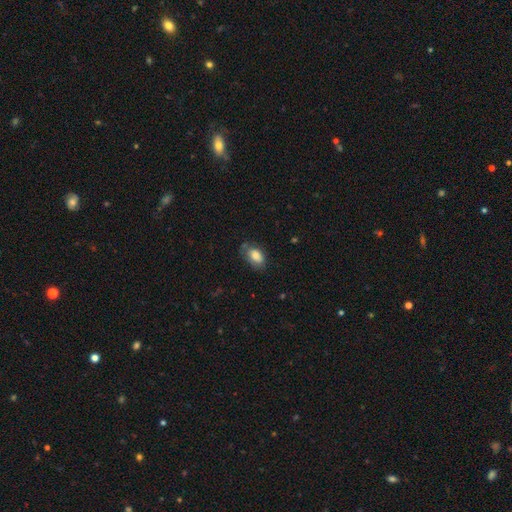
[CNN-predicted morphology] A smooth galaxy with no disk features (83%) that is in between round and cigar-shaped (90%). Merging: none (63%).